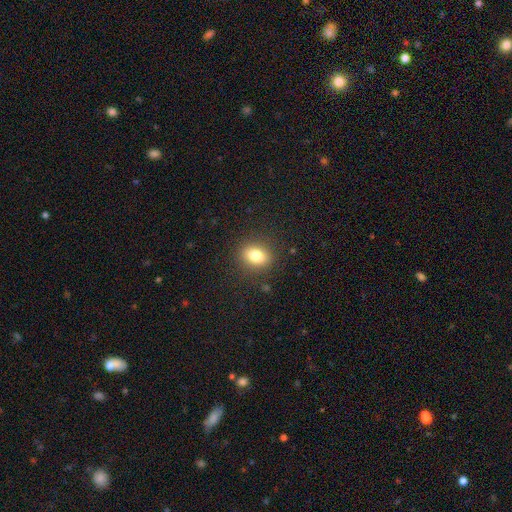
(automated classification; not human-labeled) A smooth galaxy with no disk features (81%) that is in between round and cigar-shaped (61%).

Vote fractions:
- Smooth or featured? smooth: 81% / star or artifact: 10% / featured or disk: 8%
- How rounded? in between: 61% / round: 38% / cigar-shaped: 2%
- Merging? none: 87% / minor disturbance: 9% / major disturbance: 3% / merger: 1%